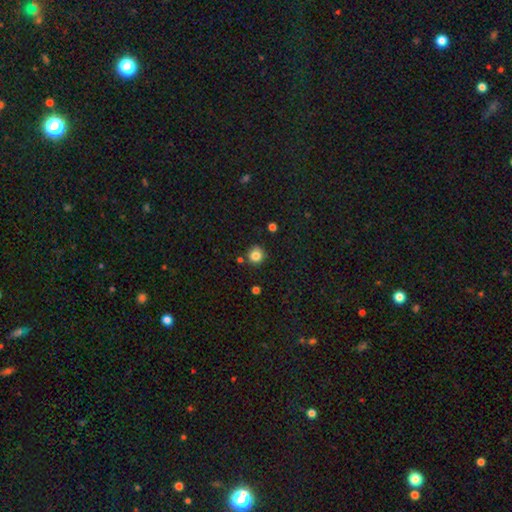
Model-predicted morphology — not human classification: smooth-or-featured: smooth: 83% | star or artifact: 11% | featured or disk: 5%
  how-rounded: round: 92% | in between: 7% | cigar-shaped: 1%
  merging: none: 83% | minor disturbance: 10% | merger: 4% | major disturbance: 2%